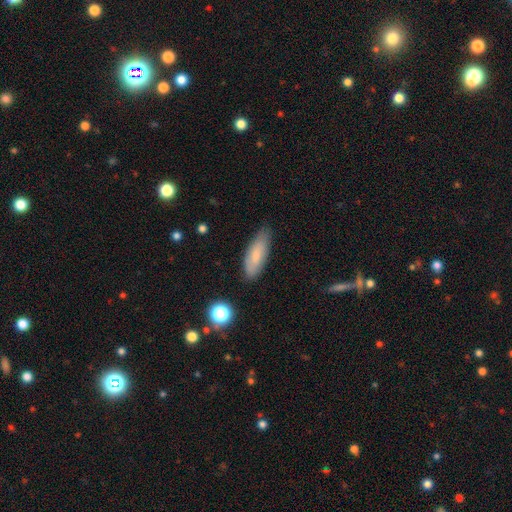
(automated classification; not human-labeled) smooth_or_featured: smooth (p=0.78) [alt: featured or disk p=0.15]
how_rounded: in between (p=0.61) [alt: cigar-shaped p=0.37]
merging: none (p=0.78) [alt: minor disturbance p=0.17]